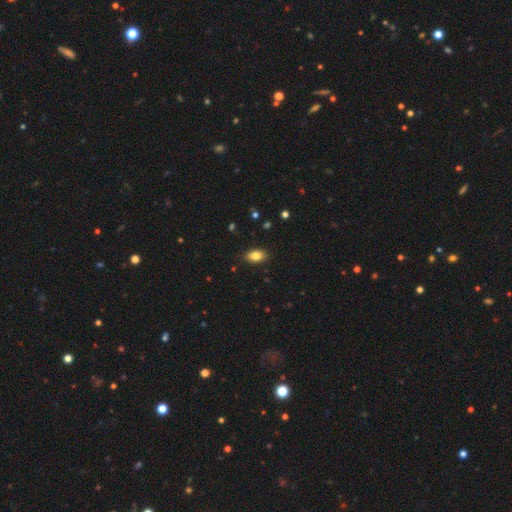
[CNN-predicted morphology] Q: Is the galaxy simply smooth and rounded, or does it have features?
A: smooth — 83%.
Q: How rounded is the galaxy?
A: in between — 90%.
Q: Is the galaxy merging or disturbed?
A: none — 88%.